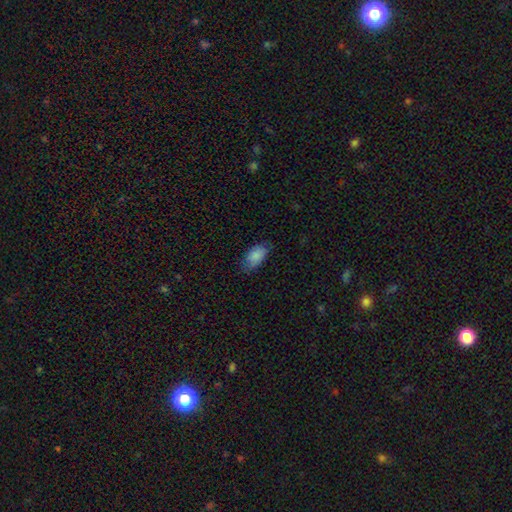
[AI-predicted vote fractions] The model was most divided on "merging": none: 69%, minor disturbance: 24%, major disturbance: 6%, merger: 1%. More confident: how rounded — in between (93%); smooth or featured — smooth (86%).